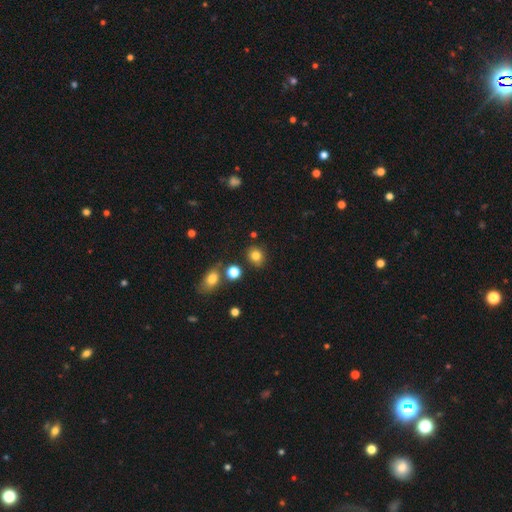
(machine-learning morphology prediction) This appears to be a smooth galaxy with no disk features (82%) that is round (71%). Merging: none (81%).